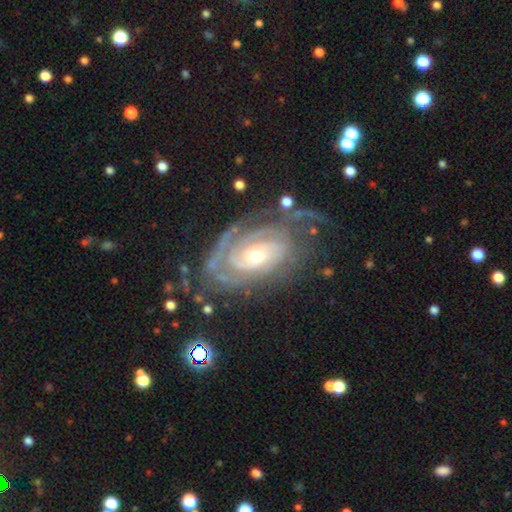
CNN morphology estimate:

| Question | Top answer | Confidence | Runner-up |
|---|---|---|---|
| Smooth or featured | featured or disk | 89% | smooth (6%) |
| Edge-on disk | no | 96% | yes (4%) |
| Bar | no | 67% | weak (24%) |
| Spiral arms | yes | 96% | no (4%) |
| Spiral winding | tight | 74% | medium (21%) |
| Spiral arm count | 2 | 30% | can't tell (29%) |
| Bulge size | moderate | 47% | tied: small (47%) |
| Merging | none | 61% | minor disturbance (22%) |